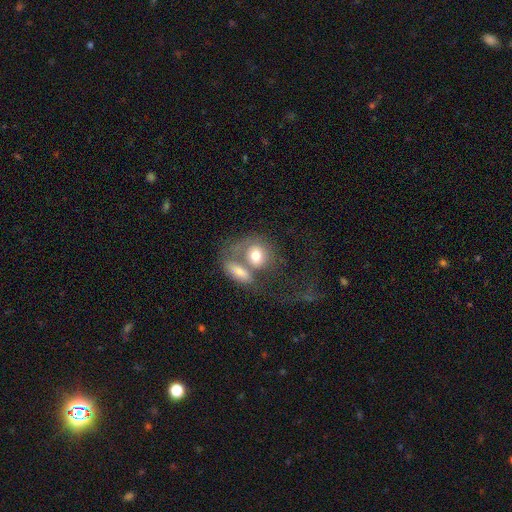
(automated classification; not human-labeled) This appears to be a smooth galaxy with no disk features (69%) that is round (50%). Merging: merger (55%).